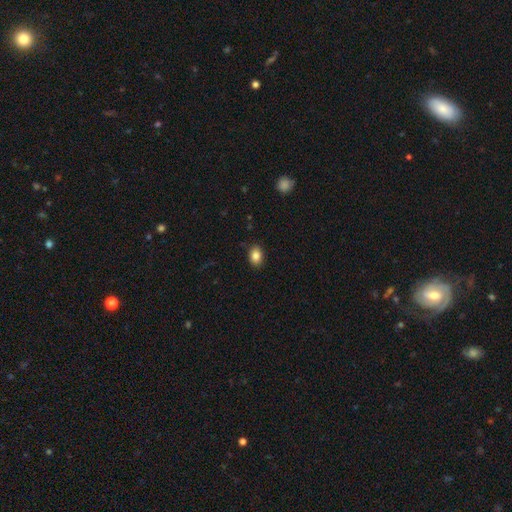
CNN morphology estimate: Overall: smooth (85%). How rounded: in between (70%). Merging: none (88%).